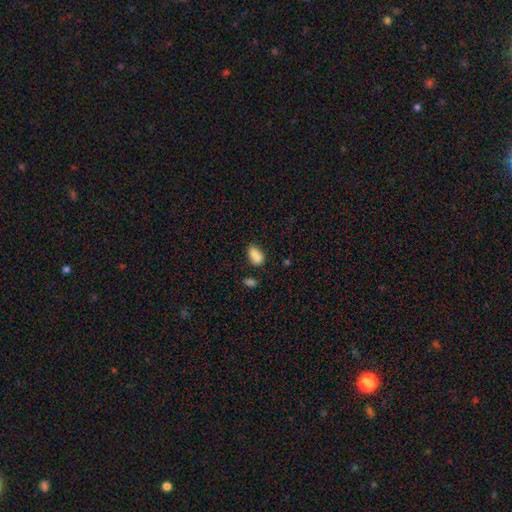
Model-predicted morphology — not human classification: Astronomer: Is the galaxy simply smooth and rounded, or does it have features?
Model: smooth — 86%.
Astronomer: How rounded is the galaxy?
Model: in between — 90%.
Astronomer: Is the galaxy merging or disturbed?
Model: none — 62%.